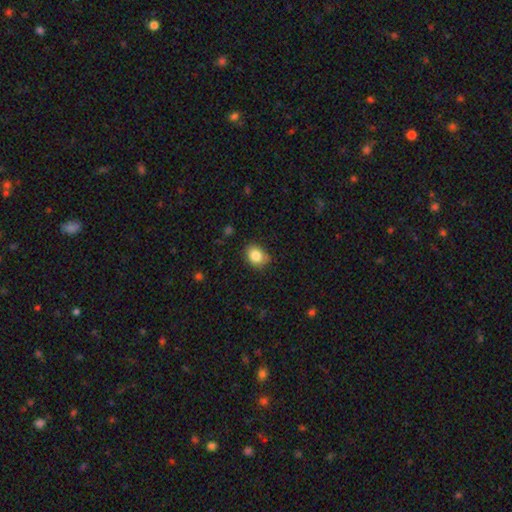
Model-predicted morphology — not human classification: Smooth or featured? smooth (84%)
How rounded? in between (55%)
Merging? none (77%)